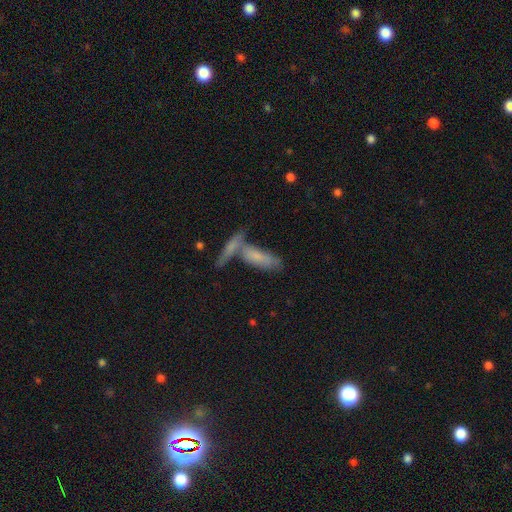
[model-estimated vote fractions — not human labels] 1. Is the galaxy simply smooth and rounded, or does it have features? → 60% smooth, 29% featured or disk, 11% star or artifact.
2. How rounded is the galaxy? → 49% in between, 48% cigar-shaped, 3% round.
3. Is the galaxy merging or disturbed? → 51% merger, 33% none, 10% minor disturbance, 5% major disturbance.